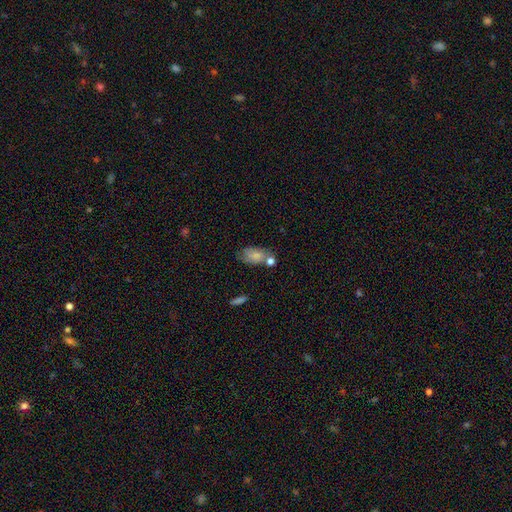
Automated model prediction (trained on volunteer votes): Smooth or featured? smooth (77%)
How rounded? in between (89%)
Merging? none (48%)